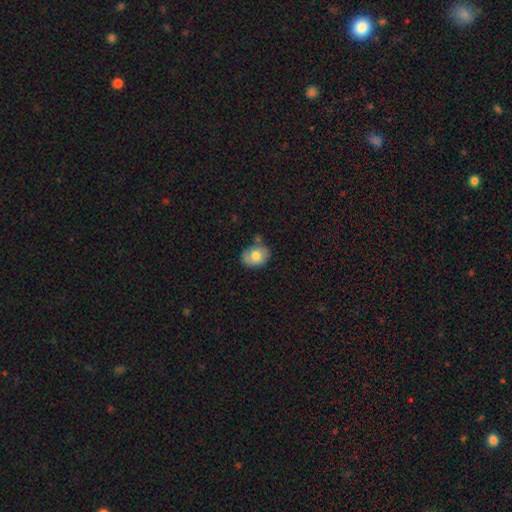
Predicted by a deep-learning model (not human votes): Smooth or featured? Predicted: smooth (p=0.70). How rounded? Predicted: in between (p=0.62). Merging? Predicted: none (p=0.57).